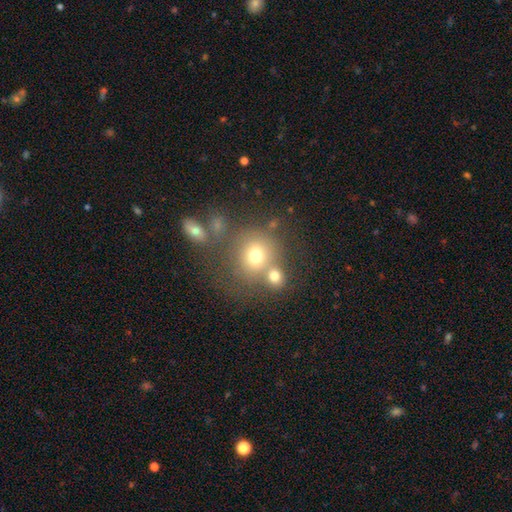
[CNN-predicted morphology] Smooth or featured? Predicted: smooth (p=0.70). How rounded? Predicted: round (p=0.81). Merging? Predicted: none (p=0.51).